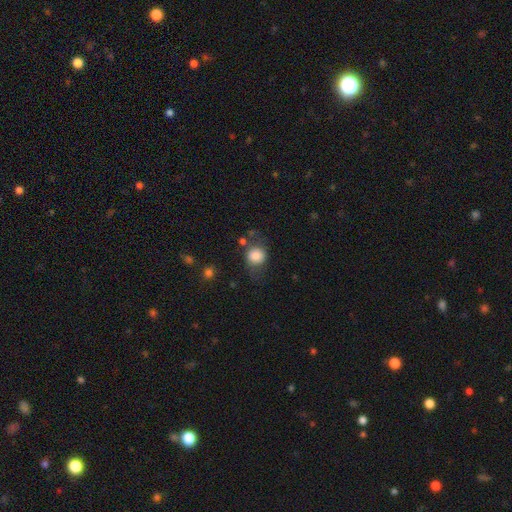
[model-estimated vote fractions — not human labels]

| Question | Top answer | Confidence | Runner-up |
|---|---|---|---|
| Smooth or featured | smooth | 83% | star or artifact (9%) |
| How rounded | round | 76% | in between (23%) |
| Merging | none | 61% | minor disturbance (22%) |